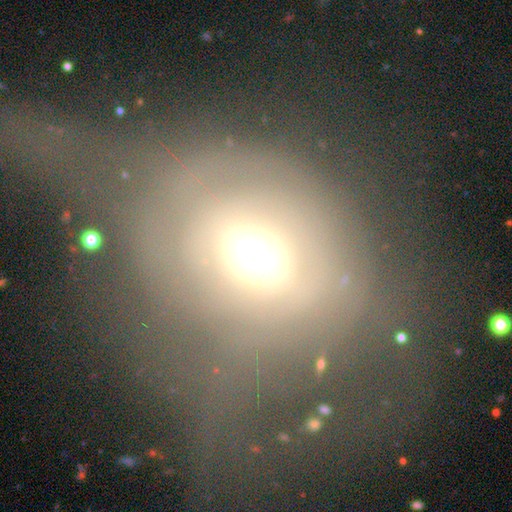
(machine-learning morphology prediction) type=smooth (47%); merging=major disturbance (41%).